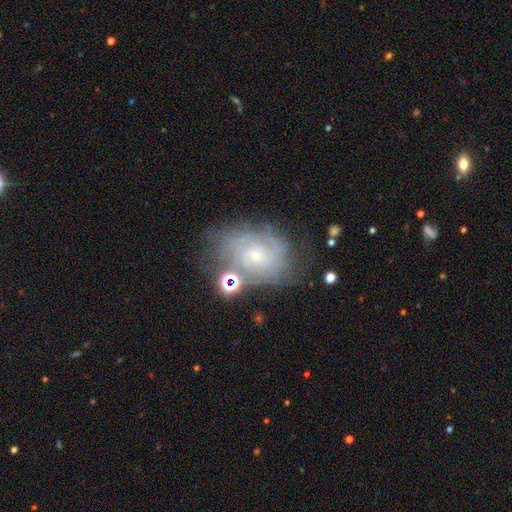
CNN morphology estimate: This is likely a featured or disk galaxy (74%). It is clearly not viewed edge-on (97%). Bar: likely no (74%). Spiral arm pattern: clearly yes (87%). Spiral arm count: possibly can't tell (51%). Spiral winding: likely tight (66%). Central bulge: likely small (80%). Merging: possibly none (57%).